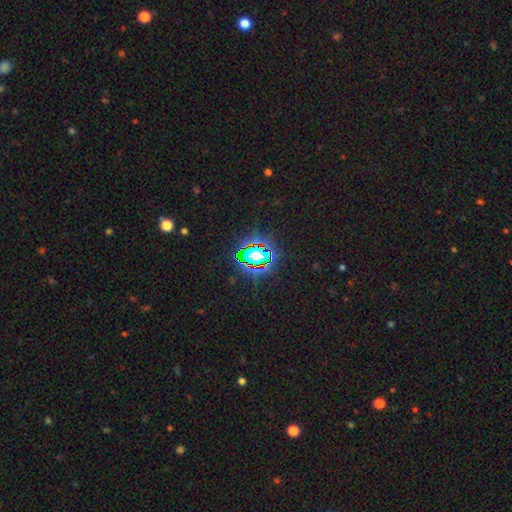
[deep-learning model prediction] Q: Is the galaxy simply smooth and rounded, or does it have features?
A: star or artifact — 78%.